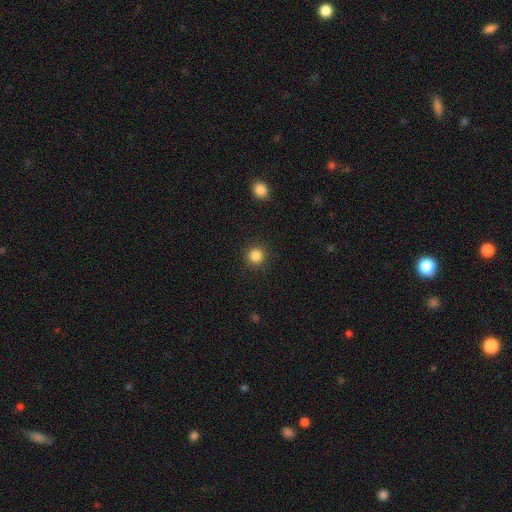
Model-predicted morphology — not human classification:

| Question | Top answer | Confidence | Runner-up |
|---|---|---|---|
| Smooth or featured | smooth | 85% | star or artifact (12%) |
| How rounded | round | 95% | in between (4%) |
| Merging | none | 92% | minor disturbance (5%) |